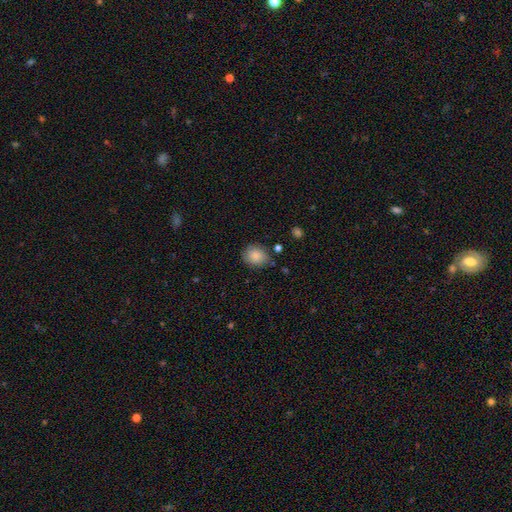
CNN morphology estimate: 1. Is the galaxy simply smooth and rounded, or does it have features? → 85% smooth, 8% star or artifact, 6% featured or disk.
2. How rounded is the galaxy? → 59% round, 40% in between, 1% cigar-shaped.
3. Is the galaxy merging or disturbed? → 75% none, 18% minor disturbance, 4% major disturbance, 3% merger.